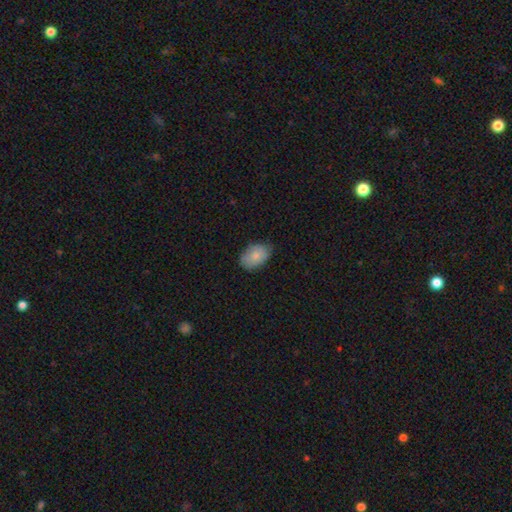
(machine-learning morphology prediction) smooth 83%, featured or disk 11%, star or artifact 6%. Down the decision tree: how rounded — in between (88%); merging — none (74%).